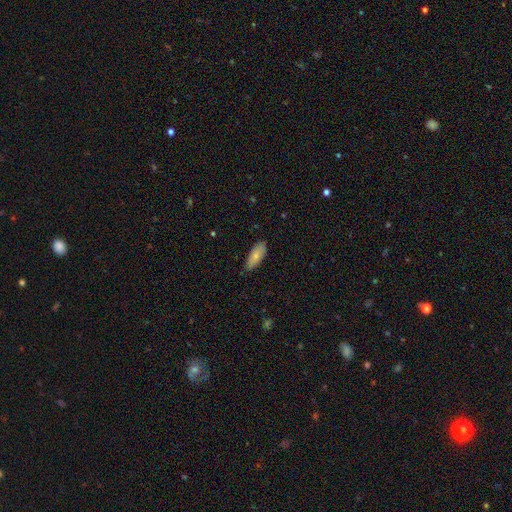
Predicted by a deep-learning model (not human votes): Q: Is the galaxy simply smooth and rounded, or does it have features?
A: smooth — 77%.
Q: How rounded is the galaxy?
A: in between — 79%.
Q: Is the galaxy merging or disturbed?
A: none — 77%.